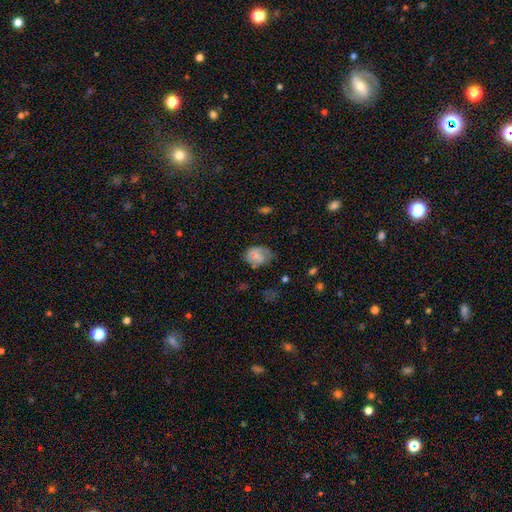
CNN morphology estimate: Smooth or featured: smooth — 61% (featured or disk — 30%)
How rounded: in between — 62% (round — 37%)
Merging: none — 39% (minor disturbance — 35%)